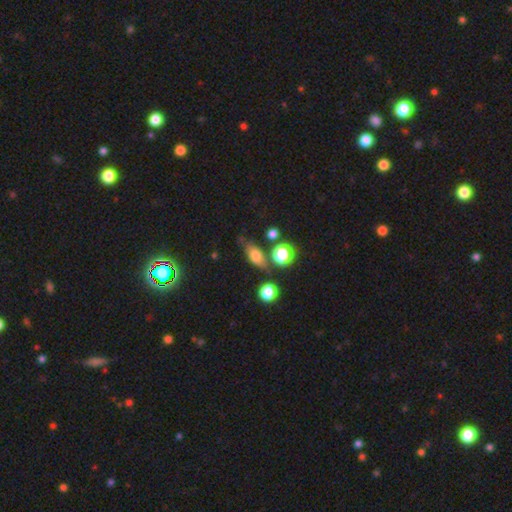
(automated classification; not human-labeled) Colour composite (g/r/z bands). It shows a smooth galaxy with no disk features (64%) that is in between round and cigar-shaped (68%). Merging: none (68%).